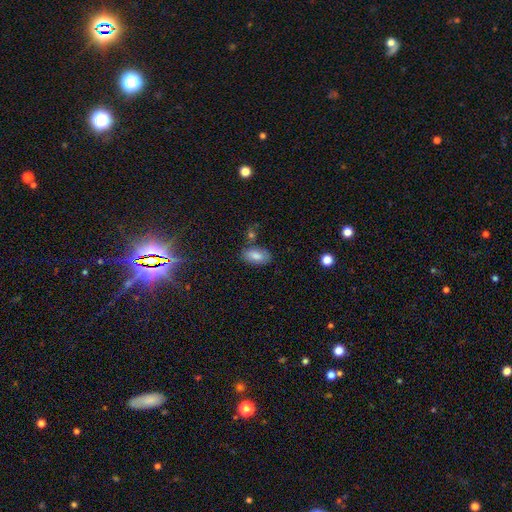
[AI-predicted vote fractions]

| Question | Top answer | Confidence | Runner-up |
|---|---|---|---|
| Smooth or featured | smooth | 76% | star or artifact (12%) |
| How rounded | in between | 91% | cigar-shaped (6%) |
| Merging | none | 73% | minor disturbance (16%) |